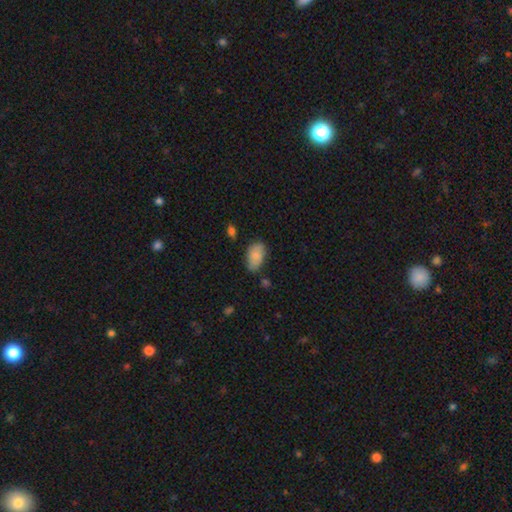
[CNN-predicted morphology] Q: Smooth or featured?
A: smooth (84%); runner-up: featured or disk (9%)
Q: How rounded?
A: in between (93%); runner-up: round (5%)
Q: Merging?
A: none (70%); runner-up: minor disturbance (22%)